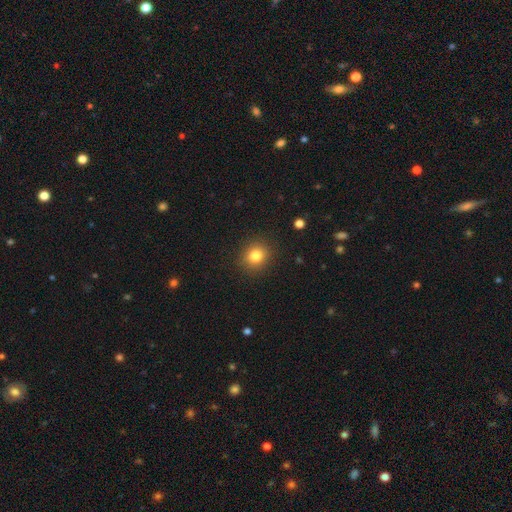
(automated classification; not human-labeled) The model was most divided on "how rounded": round: 80%, in between: 19%, cigar-shaped: 1%. More confident: merging — none (90%); smooth or featured — smooth (82%).